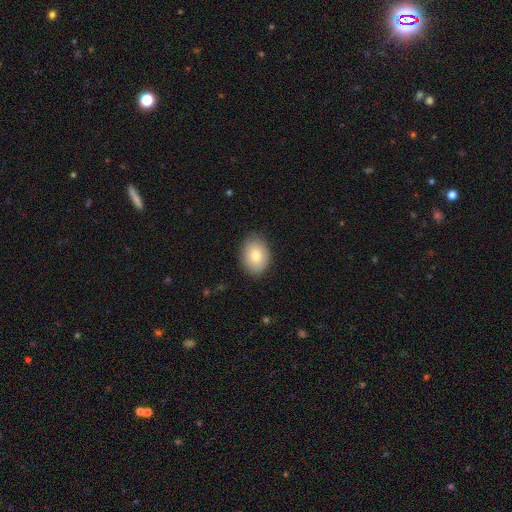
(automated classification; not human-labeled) Q: Smooth or featured?
A: smooth (81%); runner-up: featured or disk (12%)
Q: How rounded?
A: in between (70%); runner-up: round (29%)
Q: Merging?
A: none (86%); runner-up: minor disturbance (11%)